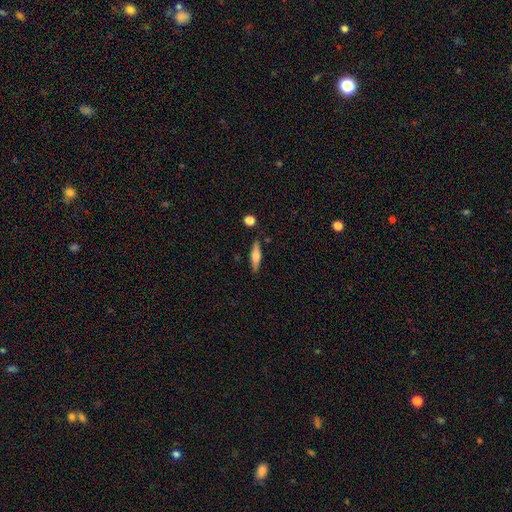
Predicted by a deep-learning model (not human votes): The model was most divided on "smooth or featured": smooth: 52%, featured or disk: 41%, star or artifact: 7%. More confident: merging — none (83%); how rounded — cigar-shaped (68%).